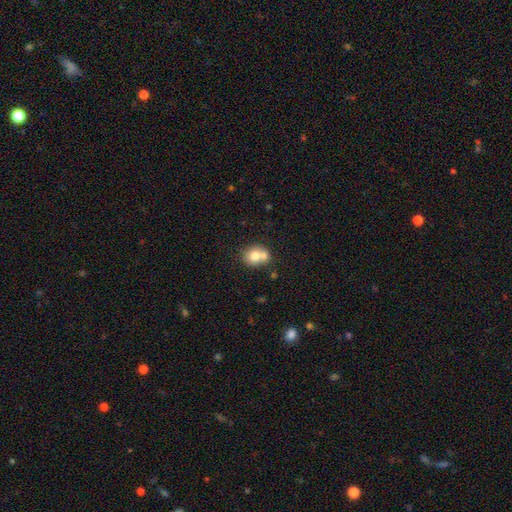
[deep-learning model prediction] A smooth galaxy with no disk features (73%) that is round (70%). Merging: merger (48%).